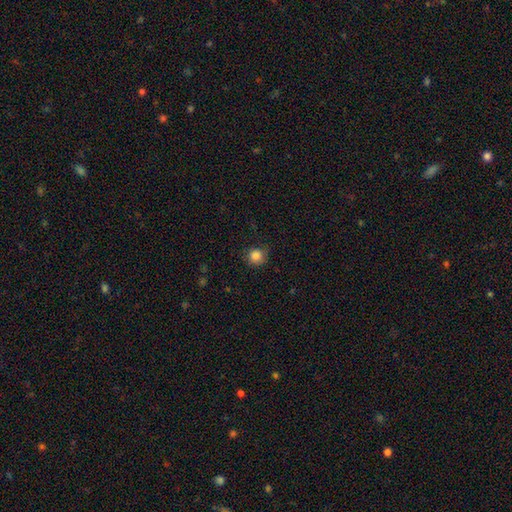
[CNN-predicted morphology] Smooth or featured? Predicted: smooth (p=0.85). How rounded? Predicted: round (p=0.91). Merging? Predicted: none (p=0.80).